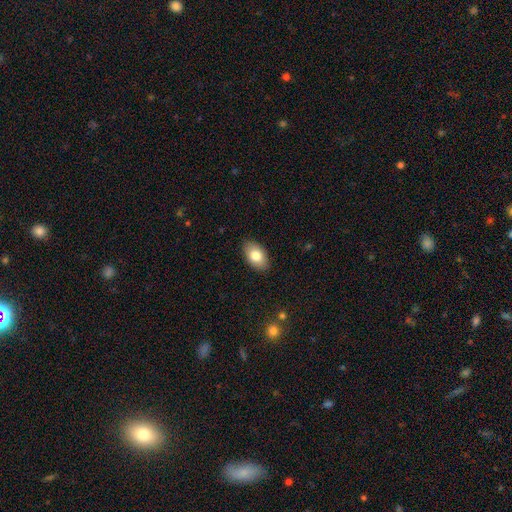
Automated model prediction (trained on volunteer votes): Smooth or featured? Predicted: smooth (p=0.80). How rounded? Predicted: in between (p=0.93). Merging? Predicted: none (p=0.89).